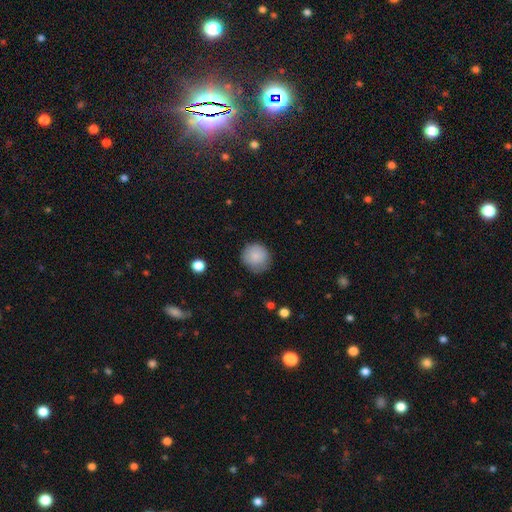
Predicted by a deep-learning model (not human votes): Morphology: type=smooth (86%); roundness=round (93%); merging=none (77%).